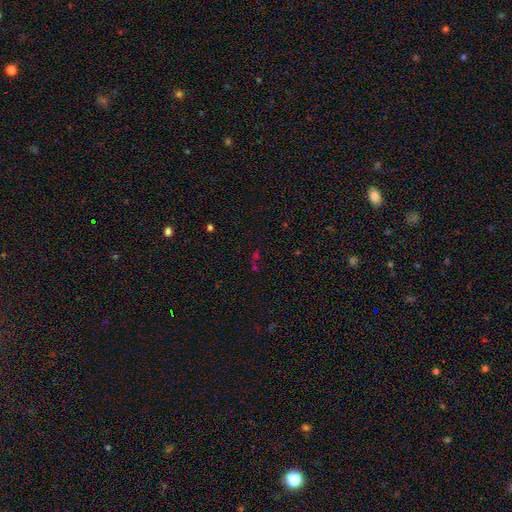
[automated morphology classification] Overall: star or artifact (56%; smooth 33%).